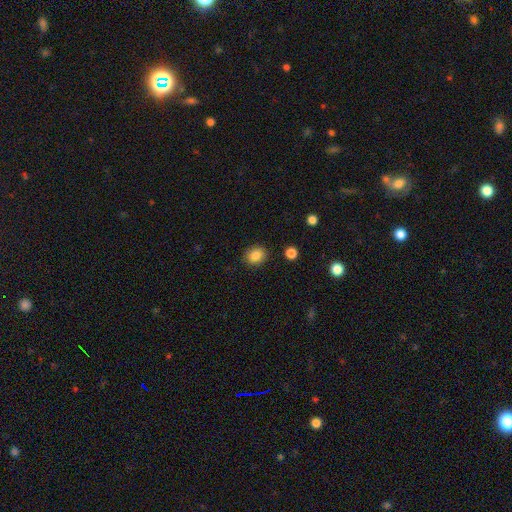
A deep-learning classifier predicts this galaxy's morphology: This is clearly a smooth galaxy (85%). How rounded: possibly round (56%). Merging: clearly none (88%).